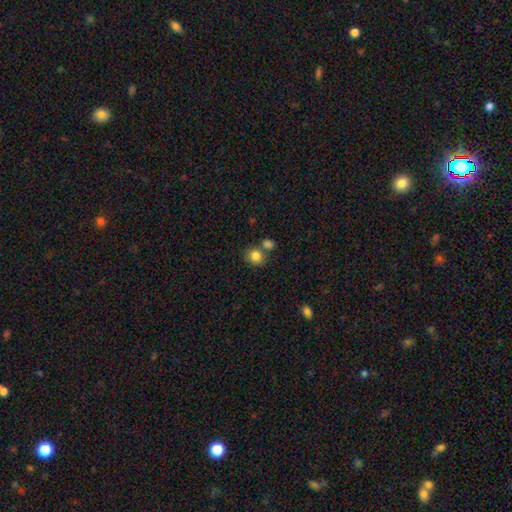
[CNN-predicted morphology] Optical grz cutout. It shows a smooth galaxy with no disk features (84%) that is round (75%). Merging: none (61%).